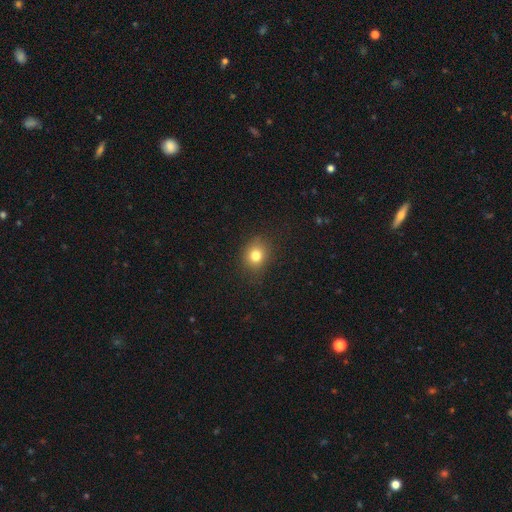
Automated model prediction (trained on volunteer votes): Smooth or featured: smooth — 79% (star or artifact — 13%)
How rounded: round — 69% (in between — 30%)
Merging: none — 84% (minor disturbance — 11%)